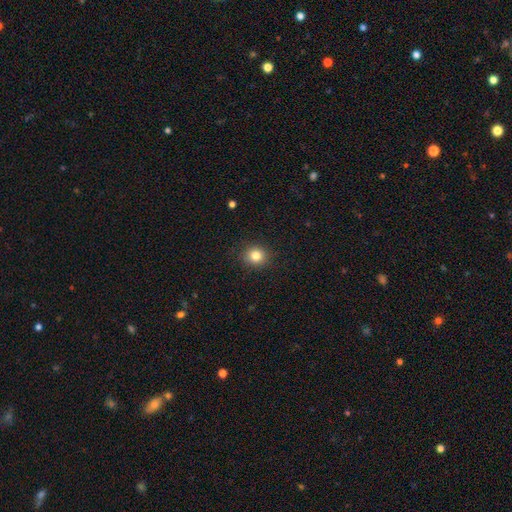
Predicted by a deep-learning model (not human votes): Smooth or featured? Predicted: smooth (p=0.82). How rounded? Predicted: round (p=0.85). Merging? Predicted: none (p=0.90).